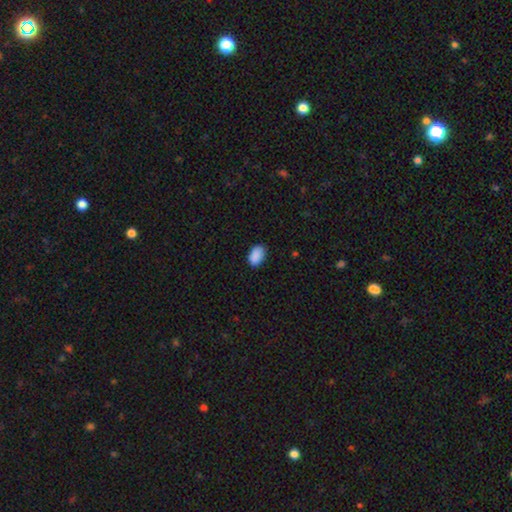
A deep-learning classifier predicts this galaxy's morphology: Overall: smooth (90%). How rounded: in between (91%). Merging: none (82%).